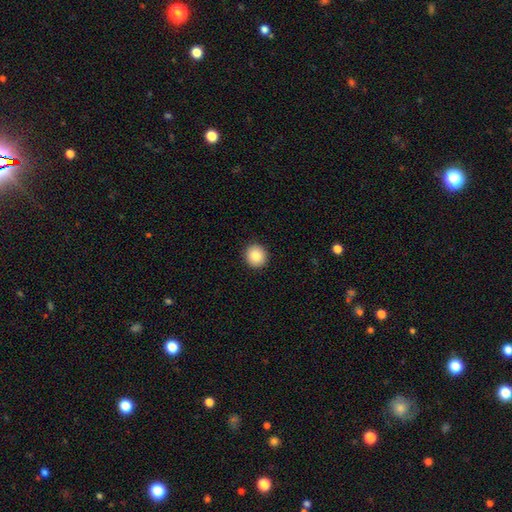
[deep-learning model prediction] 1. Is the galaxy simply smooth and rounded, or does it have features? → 86% smooth, 8% star or artifact, 6% featured or disk.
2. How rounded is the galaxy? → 90% round, 9% in between, 1% cigar-shaped.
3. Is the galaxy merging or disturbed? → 92% none, 5% minor disturbance, 2% major disturbance, 1% merger.